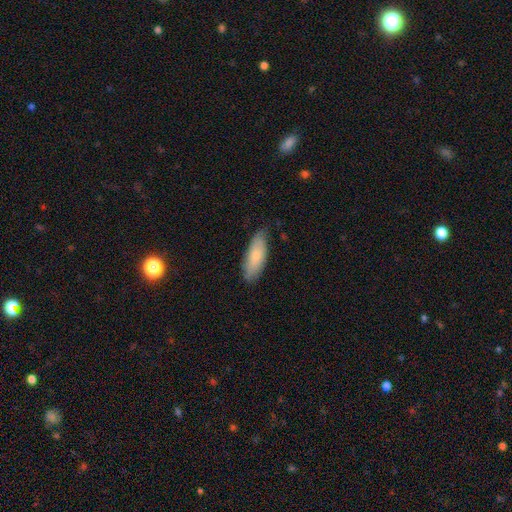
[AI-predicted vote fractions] Morphology: type=smooth (76%); roundness=in between (68%); merging=none (75%).